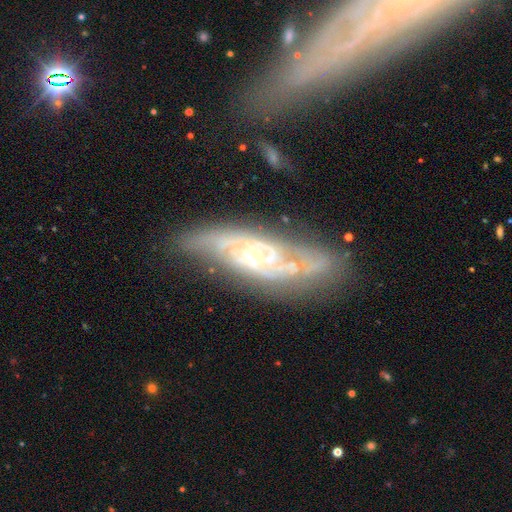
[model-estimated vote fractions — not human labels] Smooth or featured? featured or disk (85%)
Edge-on disk? no (87%)
Bar? no (62%)
Spiral arms? yes (93%)
Spiral winding? tight (55%)
Spiral arm count? 2 (47%)
Bulge size? small (58%)
Merging? none (68%)